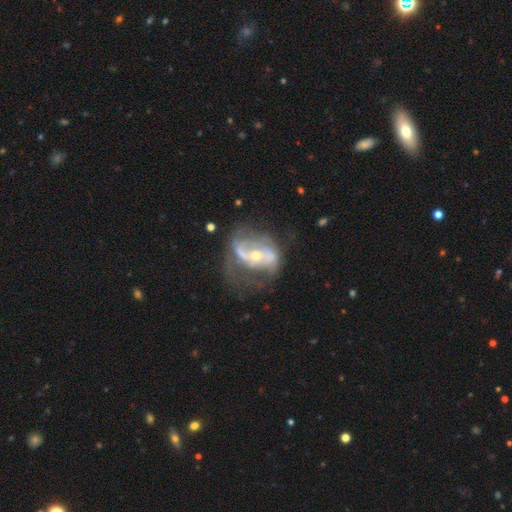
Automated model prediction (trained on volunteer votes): featured or disk 80%, smooth 12%, star or artifact 8%. Down the decision tree: edge-on disk — no (96%); bar — no (45%); spiral arms — yes (74%); spiral arm count — 2 (62%); spiral winding — medium (39%); bulge size — small (52%); merging — none (37%).